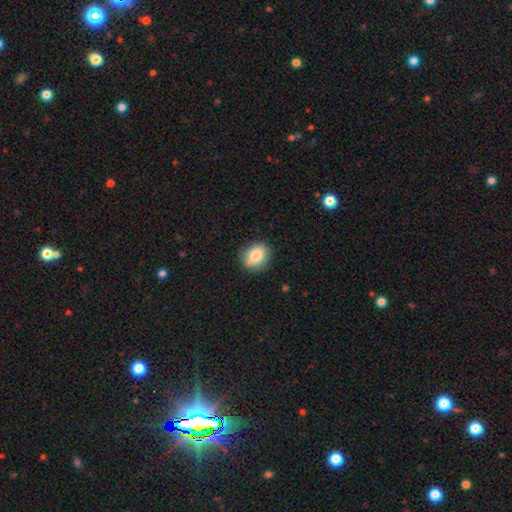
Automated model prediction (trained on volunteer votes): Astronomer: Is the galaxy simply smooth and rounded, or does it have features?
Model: smooth — 81%.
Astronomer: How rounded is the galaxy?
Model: round — 64%.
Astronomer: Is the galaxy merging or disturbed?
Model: none — 85%.